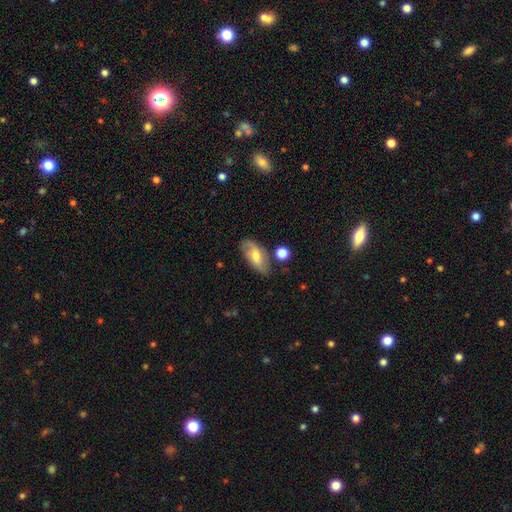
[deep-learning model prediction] Morphology: type=smooth (47%); merging=none (68%).